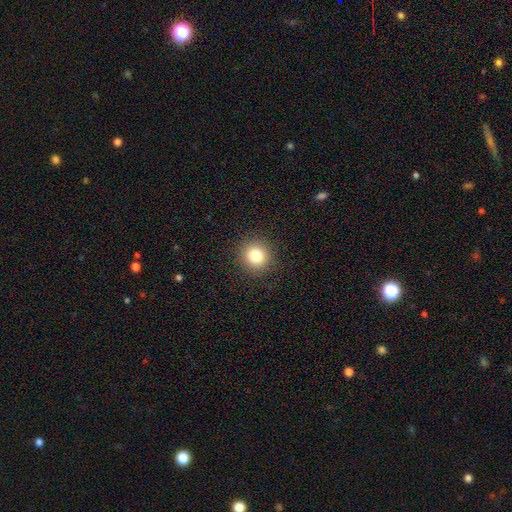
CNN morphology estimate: This appears to be a smooth galaxy with no disk features (81%) that is round (90%). Merging: none (91%).